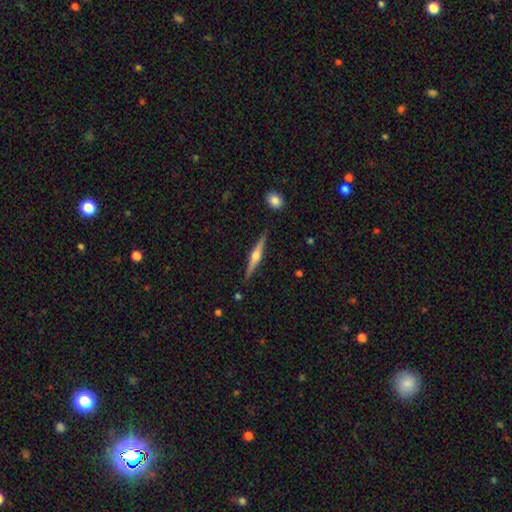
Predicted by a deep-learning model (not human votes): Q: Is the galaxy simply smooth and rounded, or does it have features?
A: featured or disk — 74%.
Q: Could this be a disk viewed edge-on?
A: yes — 98%.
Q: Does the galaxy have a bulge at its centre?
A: rounded — 91%.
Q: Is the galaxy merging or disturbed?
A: none — 89%.